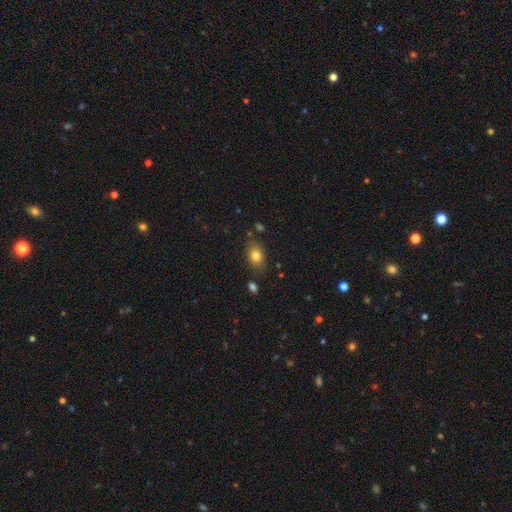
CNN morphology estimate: smooth 80%, featured or disk 11%, star or artifact 9%. Down the decision tree: how rounded — in between (80%); merging — none (78%).